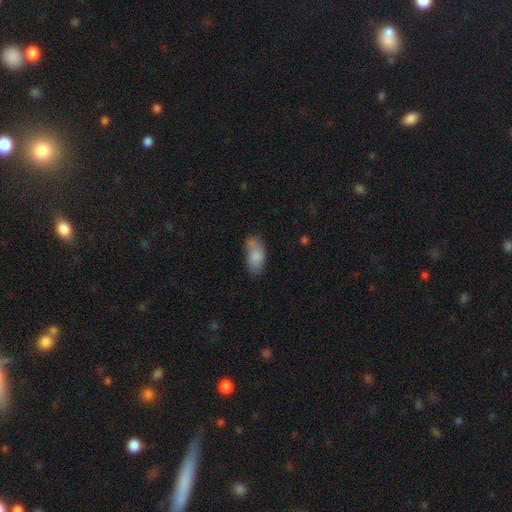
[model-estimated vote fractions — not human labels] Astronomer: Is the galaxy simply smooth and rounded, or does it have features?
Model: smooth — 81%.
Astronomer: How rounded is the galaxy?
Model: in between — 91%.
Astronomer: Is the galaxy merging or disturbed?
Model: none — 57%.